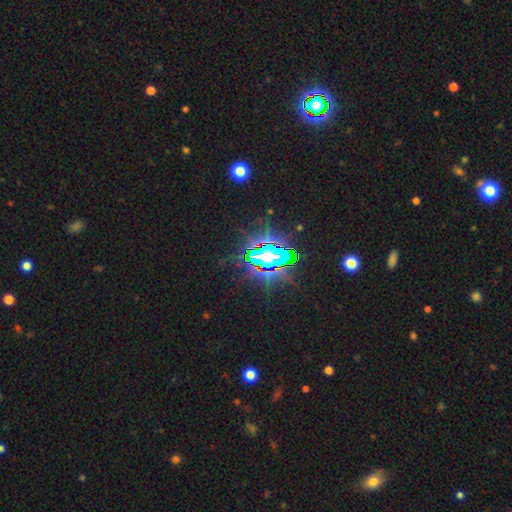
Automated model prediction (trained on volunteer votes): Smooth or featured?
  - star or artifact: 79% *
  - smooth: 11%
  - featured or disk: 10%